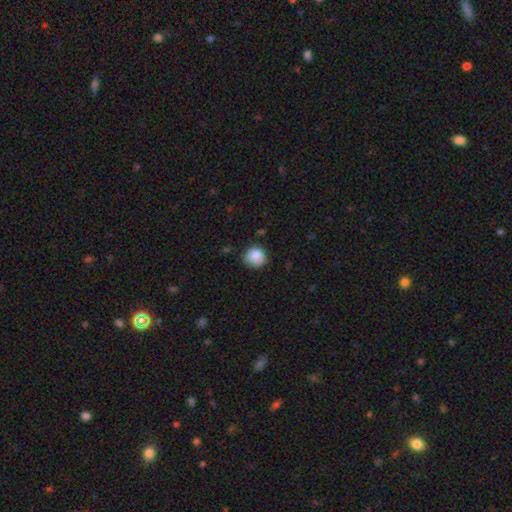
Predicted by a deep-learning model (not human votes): Smooth or featured? Predicted: smooth (p=0.84). How rounded? Predicted: round (p=0.87). Merging? Predicted: none (p=0.71).